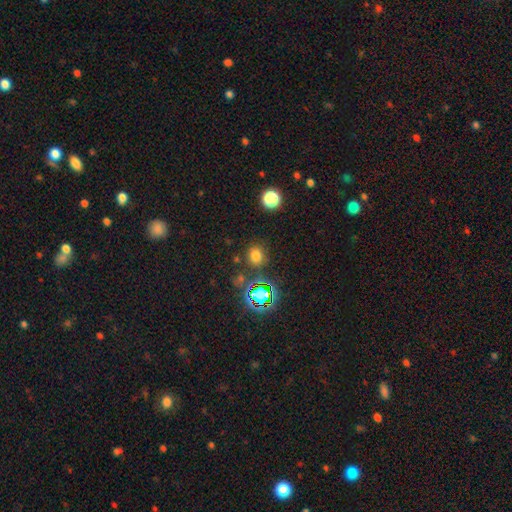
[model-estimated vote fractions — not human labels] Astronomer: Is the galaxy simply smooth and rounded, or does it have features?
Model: smooth — 69%.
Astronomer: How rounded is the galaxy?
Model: round — 72%.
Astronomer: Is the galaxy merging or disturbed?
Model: none — 82%.